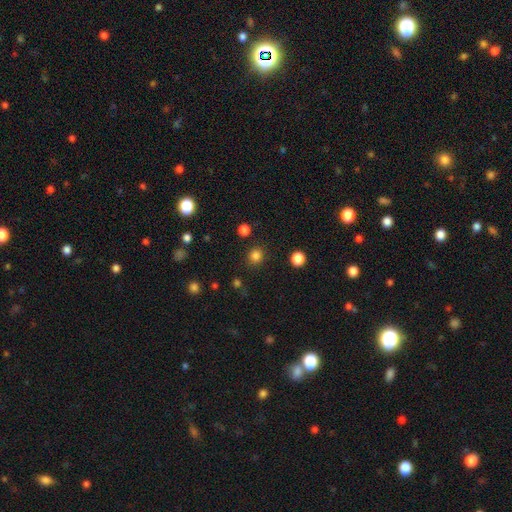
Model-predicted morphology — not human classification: smooth_or_featured: smooth (p=0.82) [alt: star or artifact p=0.15]
how_rounded: round (p=0.89) [alt: in between p=0.10]
merging: none (p=0.89) [alt: minor disturbance p=0.06]